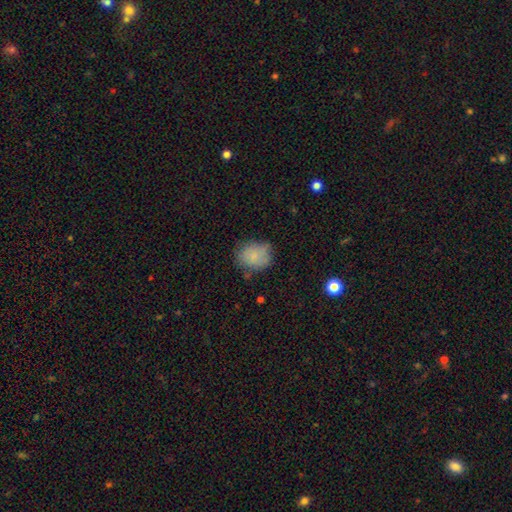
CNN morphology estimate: Q: Smooth or featured?
A: smooth (81%); runner-up: featured or disk (11%)
Q: How rounded?
A: round (62%); runner-up: in between (37%)
Q: Merging?
A: none (63%); runner-up: minor disturbance (26%)